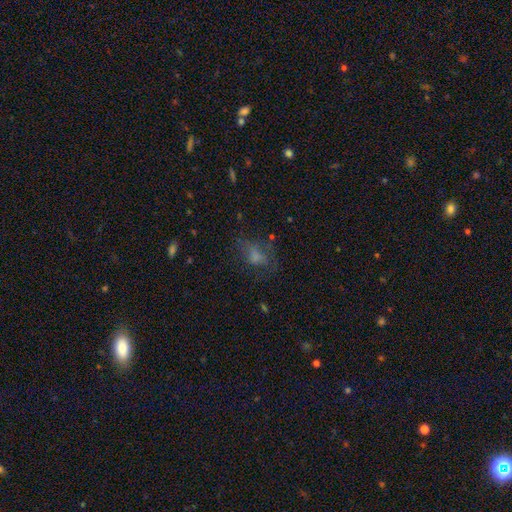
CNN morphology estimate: type=smooth (53%); roundness=in between (74%); merging=none (45%).